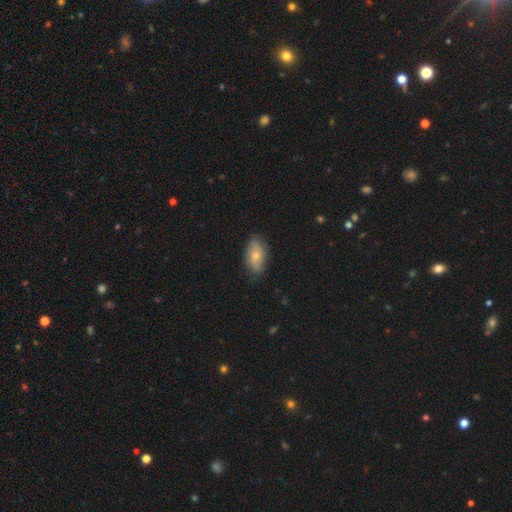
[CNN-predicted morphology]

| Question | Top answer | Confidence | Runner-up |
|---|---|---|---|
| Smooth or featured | smooth | 64% | featured or disk (29%) |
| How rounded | in between | 92% | round (5%) |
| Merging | none | 78% | minor disturbance (18%) |